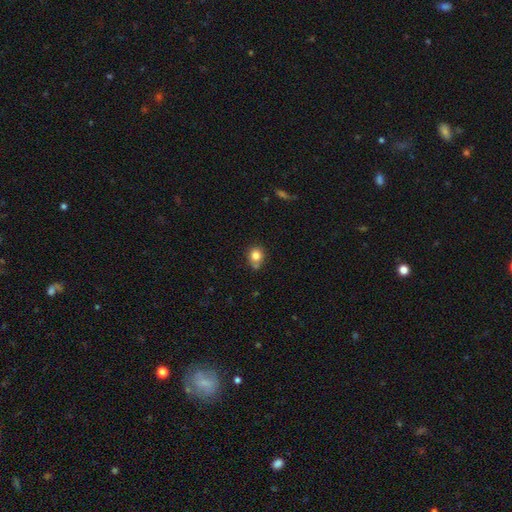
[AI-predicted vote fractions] smooth_or_featured: smooth (p=0.82) [alt: star or artifact p=0.11]
how_rounded: round (p=0.78) [alt: in between p=0.21]
merging: none (p=0.65) [alt: minor disturbance p=0.18]